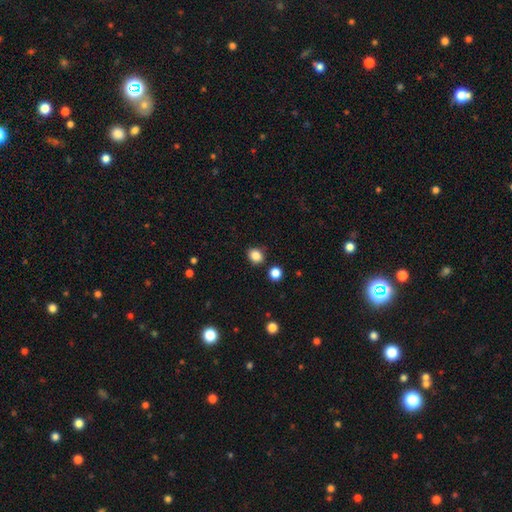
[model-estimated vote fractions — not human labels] Q: Smooth or featured?
A: smooth (85%); runner-up: star or artifact (11%)
Q: How rounded?
A: round (69%); runner-up: in between (30%)
Q: Merging?
A: none (85%); runner-up: minor disturbance (9%)